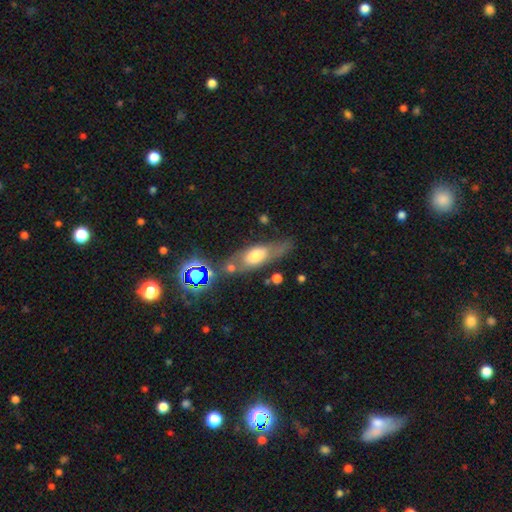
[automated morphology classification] smooth 47%, featured or disk 41%, star or artifact 12%. Down the decision tree: merging — none (55%).